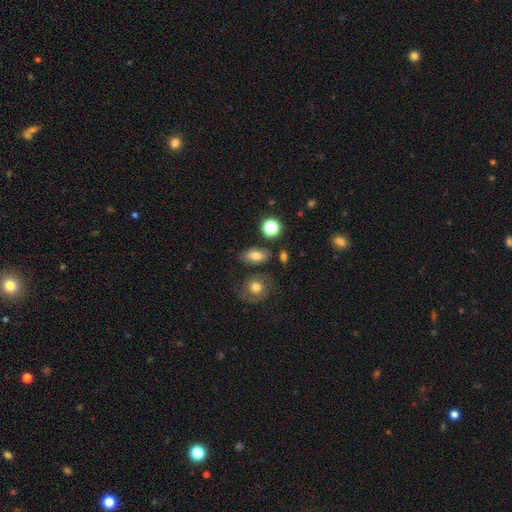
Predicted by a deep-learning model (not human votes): The model was most divided on "smooth or featured": smooth: 73%, featured or disk: 15%, star or artifact: 12%. More confident: how rounded — in between (82%); merging — none (79%).